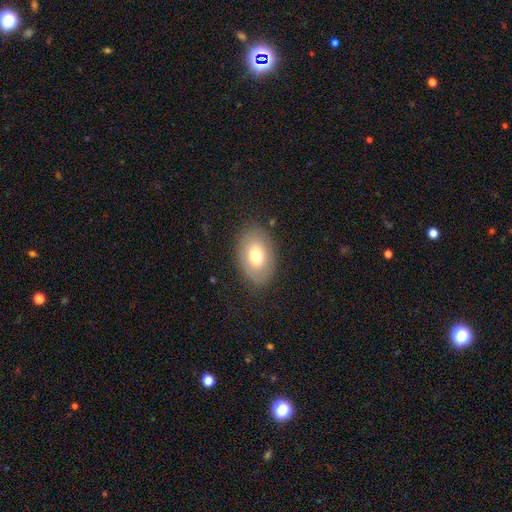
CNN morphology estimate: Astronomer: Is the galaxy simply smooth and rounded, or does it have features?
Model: smooth — 66%.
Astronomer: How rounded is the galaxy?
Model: in between — 86%.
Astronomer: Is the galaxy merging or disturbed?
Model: none — 82%.